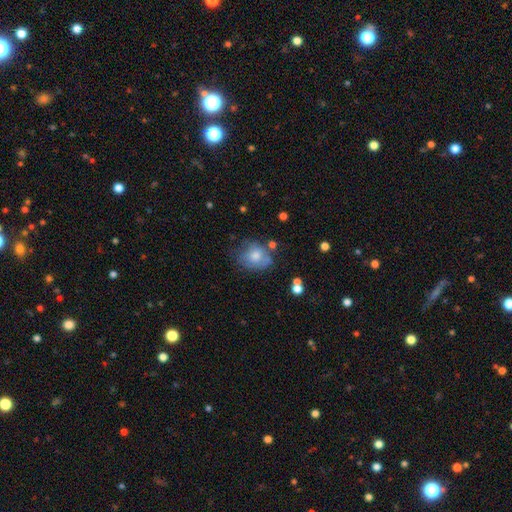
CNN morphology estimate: smooth_or_featured: smooth (p=0.62) [alt: featured or disk p=0.26]
how_rounded: round (p=0.60) [alt: in between p=0.39]
merging: none (p=0.58) [alt: minor disturbance p=0.26]